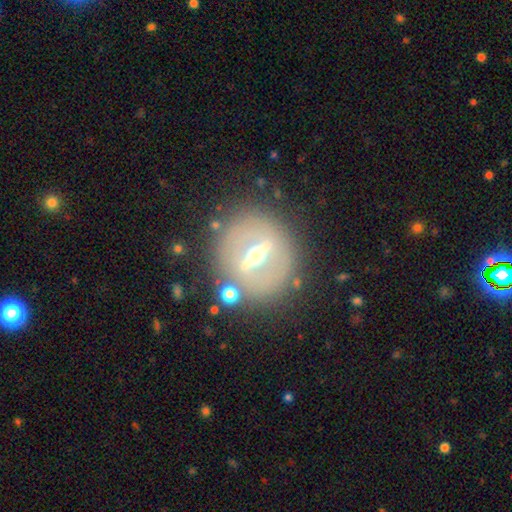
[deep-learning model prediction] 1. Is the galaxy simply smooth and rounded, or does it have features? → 74% featured or disk, 18% smooth, 8% star or artifact.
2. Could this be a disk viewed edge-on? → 72% no, 28% yes.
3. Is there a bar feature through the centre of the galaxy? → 68% strong, 24% weak, 7% no.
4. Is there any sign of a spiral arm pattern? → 80% no, 20% yes.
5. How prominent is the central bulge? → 68% moderate, 24% small, 6% large, 1% dominant, 1% none.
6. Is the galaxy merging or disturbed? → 82% none, 11% minor disturbance, 5% major disturbance, 3% merger.